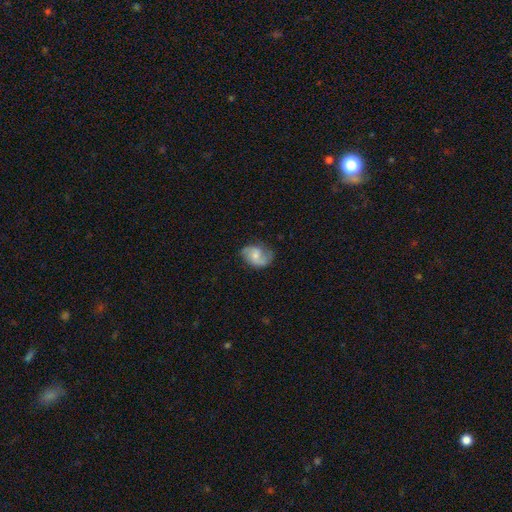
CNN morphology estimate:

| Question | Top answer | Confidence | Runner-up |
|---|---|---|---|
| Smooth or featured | featured or disk | 58% | smooth (35%) |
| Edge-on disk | no | 97% | yes (3%) |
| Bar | no | 52% | weak (40%) |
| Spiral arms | yes | 89% | no (11%) |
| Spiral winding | loose | 43% | medium (42%) |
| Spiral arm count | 2 | 79% | can't tell (9%) |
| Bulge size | small | 46% | moderate (39%) |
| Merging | none | 62% | minor disturbance (25%) |